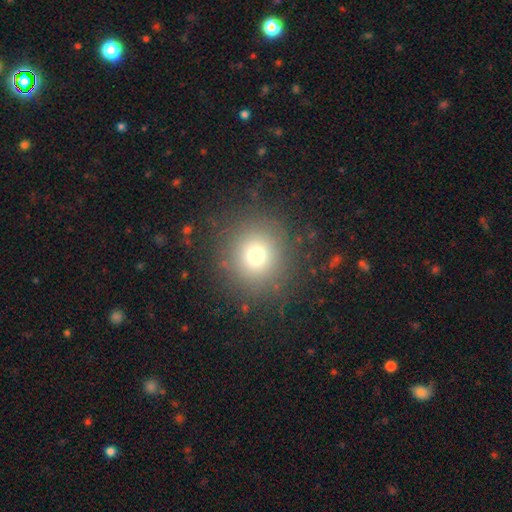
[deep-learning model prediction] Morphology: type=smooth (73%); roundness=round (92%); merging=none (86%).